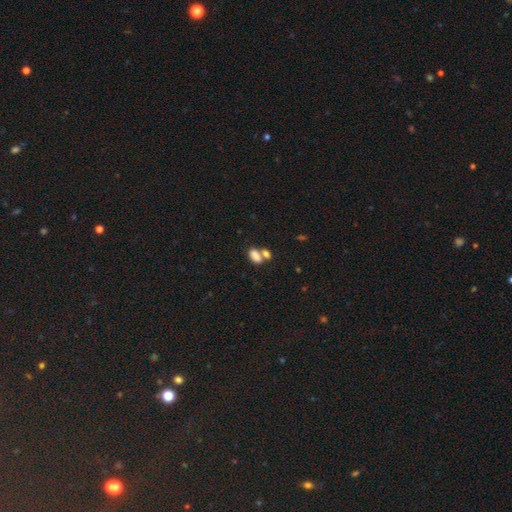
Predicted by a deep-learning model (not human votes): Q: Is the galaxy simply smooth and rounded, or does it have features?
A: smooth — 80%.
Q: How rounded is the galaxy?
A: in between — 88%.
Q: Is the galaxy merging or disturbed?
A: merger — 55%.